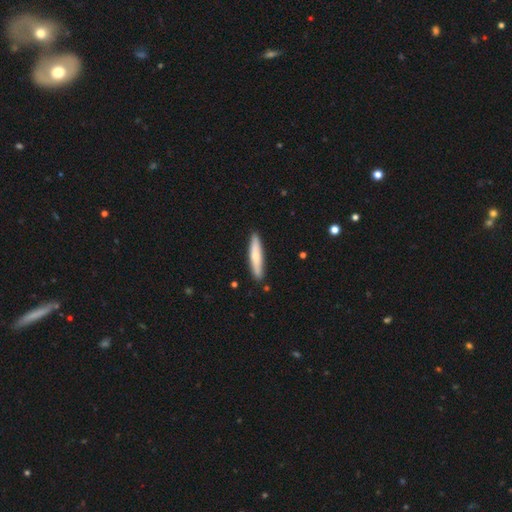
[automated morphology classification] smooth 66%, featured or disk 29%, star or artifact 5%. Down the decision tree: how rounded — cigar-shaped (89%); merging — none (88%).